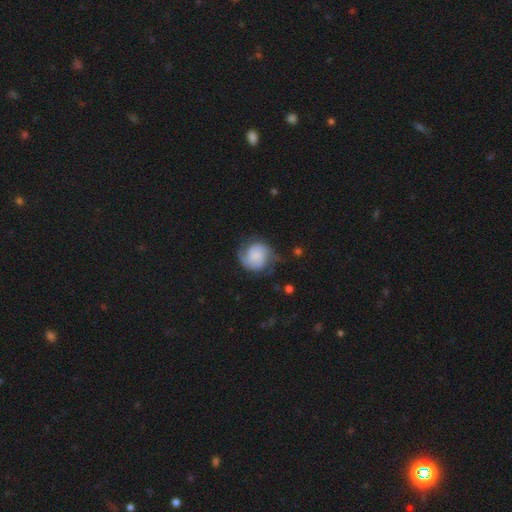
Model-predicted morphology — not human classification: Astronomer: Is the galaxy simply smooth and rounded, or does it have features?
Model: featured or disk — 64%.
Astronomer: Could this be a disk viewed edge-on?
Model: no — 98%.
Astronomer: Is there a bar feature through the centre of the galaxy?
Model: no — 65%.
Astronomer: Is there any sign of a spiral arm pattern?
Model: yes — 93%.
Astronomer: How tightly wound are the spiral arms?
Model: medium — 42% (runner-up: tight, 41%).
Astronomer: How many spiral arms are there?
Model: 2 — 67%.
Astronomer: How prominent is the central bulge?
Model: none — 41% (runner-up: small, 30%).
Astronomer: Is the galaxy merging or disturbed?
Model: none — 62%.